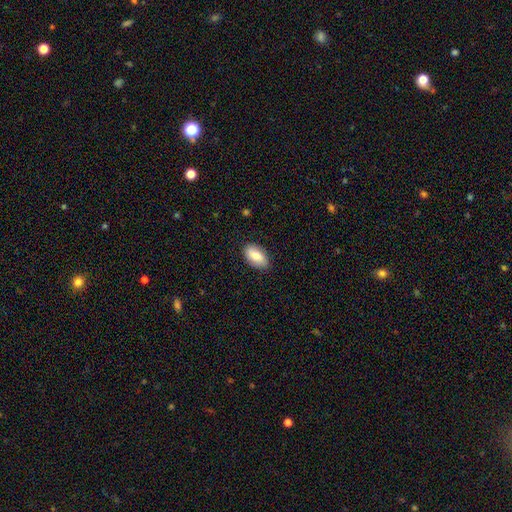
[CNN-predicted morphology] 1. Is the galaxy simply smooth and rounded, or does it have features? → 80% smooth, 13% featured or disk, 6% star or artifact.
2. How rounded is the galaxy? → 93% in between, 4% round, 3% cigar-shaped.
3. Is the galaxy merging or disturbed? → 85% none, 12% minor disturbance, 2% major disturbance, 1% merger.